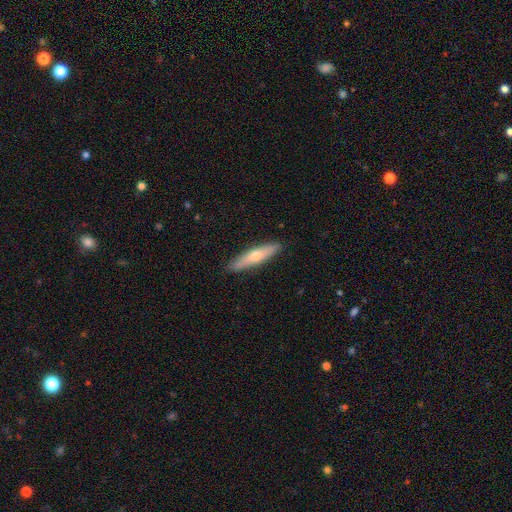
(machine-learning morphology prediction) Smooth or featured: smooth — 57% (featured or disk — 37%)
How rounded: cigar-shaped — 82% (in between — 16%)
Merging: none — 89% (minor disturbance — 8%)